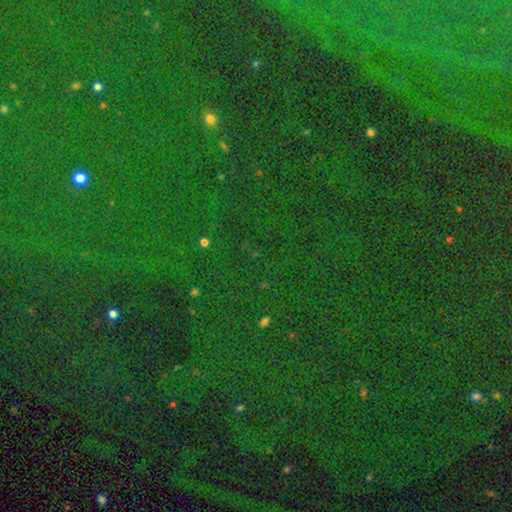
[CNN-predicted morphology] Overall: star or artifact (82%).